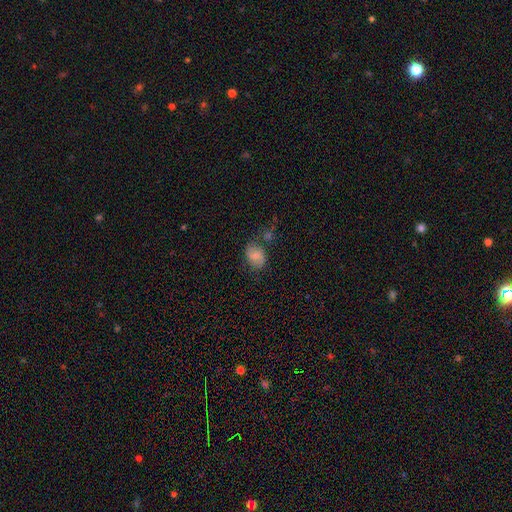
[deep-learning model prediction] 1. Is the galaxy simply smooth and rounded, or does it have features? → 68% smooth, 22% featured or disk, 9% star or artifact.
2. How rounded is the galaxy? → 70% in between, 28% round, 1% cigar-shaped.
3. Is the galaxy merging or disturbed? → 65% none, 20% minor disturbance, 8% merger, 6% major disturbance.